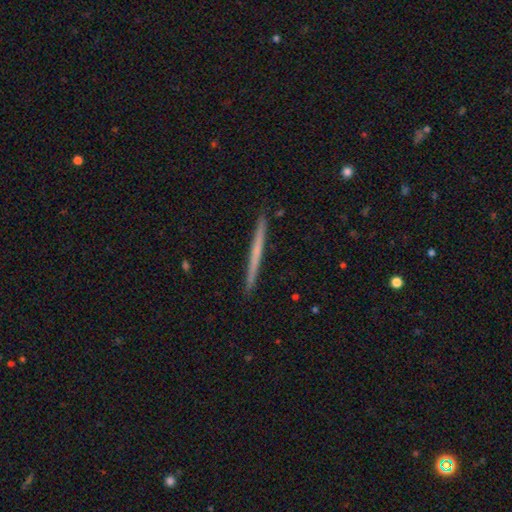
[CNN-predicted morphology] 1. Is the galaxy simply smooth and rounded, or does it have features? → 48% featured or disk, 46% smooth, 5% star or artifact.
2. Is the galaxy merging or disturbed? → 93% none, 5% minor disturbance, 1% major disturbance, 1% merger.